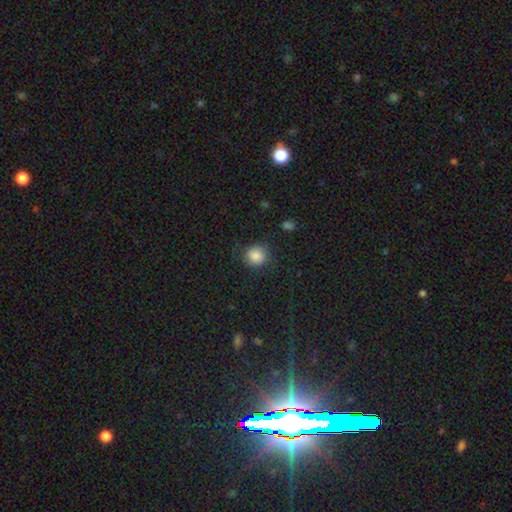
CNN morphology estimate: The model was most divided on "merging": none: 81%, minor disturbance: 12%, major disturbance: 5%, merger: 1%. More confident: how rounded — round (89%); smooth or featured — smooth (85%).